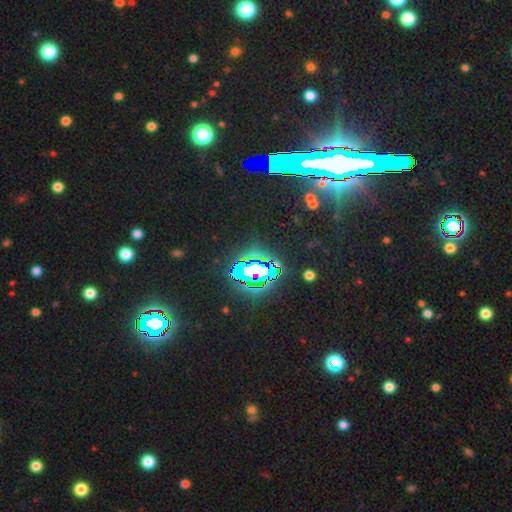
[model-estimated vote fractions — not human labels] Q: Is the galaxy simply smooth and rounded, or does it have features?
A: star or artifact — 74%.